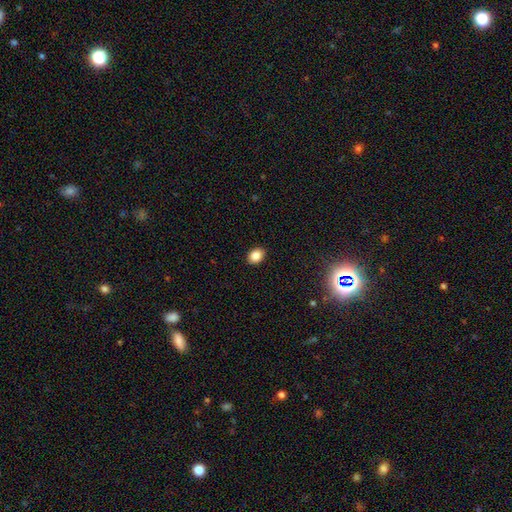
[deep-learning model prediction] Overall: smooth (85%). How rounded: in between (65%; round 34%). Merging: none (90%).